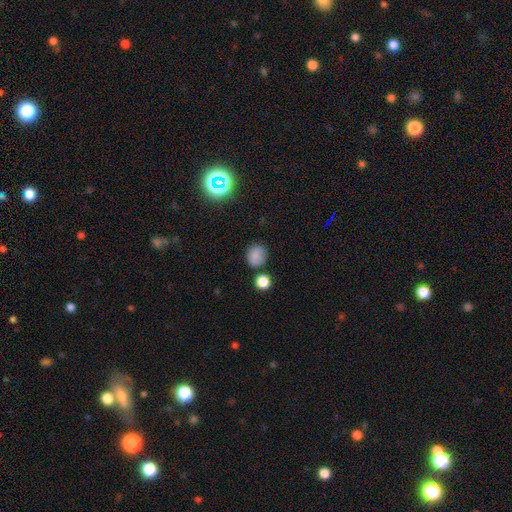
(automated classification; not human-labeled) This appears to be a smooth galaxy with no disk features (81%) that is round (65%). Merging: none (75%).